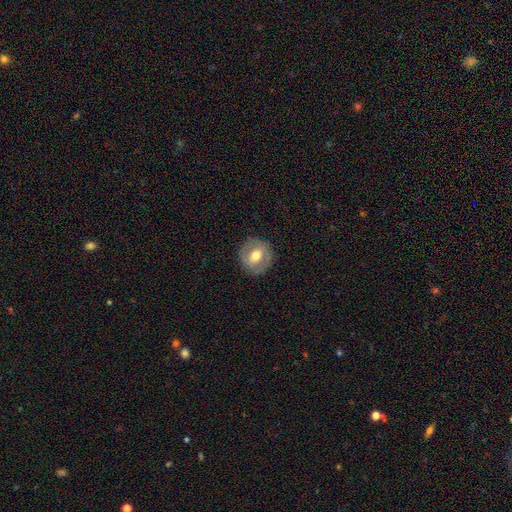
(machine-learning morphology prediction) smooth_or_featured: smooth (p=0.51) [alt: featured or disk p=0.42]
how_rounded: round (p=0.86) [alt: in between p=0.13]
merging: none (p=0.86) [alt: minor disturbance p=0.10]